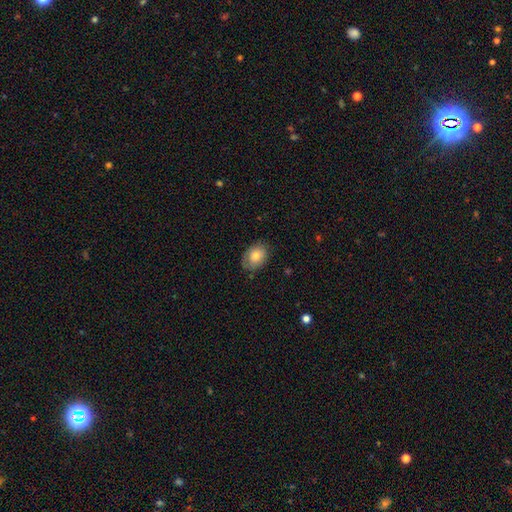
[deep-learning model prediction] smooth 72%, featured or disk 21%, star or artifact 7%. Down the decision tree: how rounded — in between (75%); merging — none (72%).